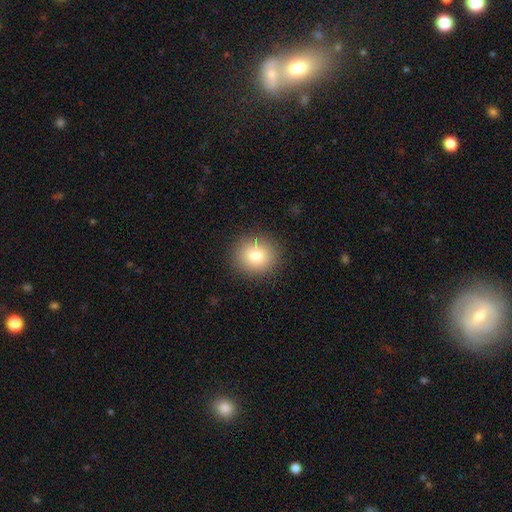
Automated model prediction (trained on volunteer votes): Overall: smooth (81%). How rounded: round (89%). Merging: none (88%).